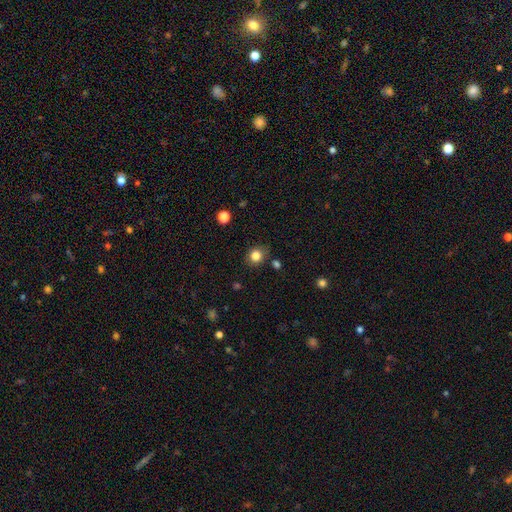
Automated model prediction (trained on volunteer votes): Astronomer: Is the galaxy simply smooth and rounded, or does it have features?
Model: smooth — 83%.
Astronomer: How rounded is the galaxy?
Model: round — 79%.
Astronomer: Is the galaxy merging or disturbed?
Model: none — 82%.